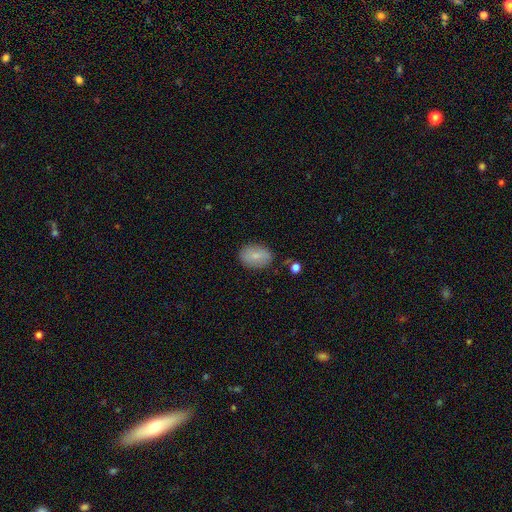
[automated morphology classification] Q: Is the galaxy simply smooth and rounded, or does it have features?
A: smooth — 79%.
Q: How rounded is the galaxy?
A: in between — 83%.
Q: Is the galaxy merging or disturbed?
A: none — 78%.